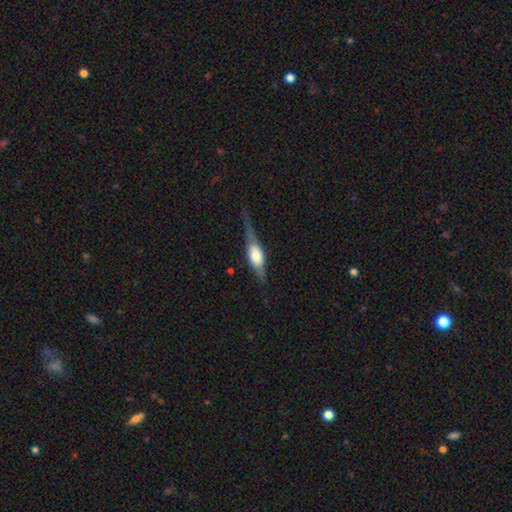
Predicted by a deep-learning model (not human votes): Overall: featured or disk (53%; smooth 41%). Edge-on disk: yes (88%). Merging: none (54%; minor disturbance 28%).